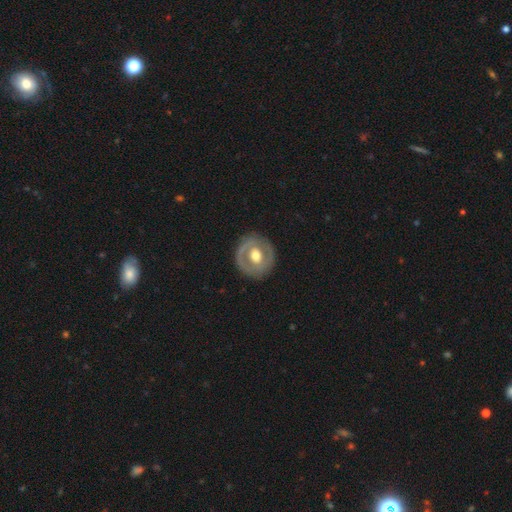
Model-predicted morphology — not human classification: Smooth or featured: featured or disk — 60% (smooth — 35%)
Edge-on disk: no — 95% (yes — 5%)
Bar: no — 59% (weak — 29%)
Spiral arms: no — 70% (yes — 30%)
Bulge size: moderate — 69% (large — 22%)
Merging: none — 83% (minor disturbance — 12%)